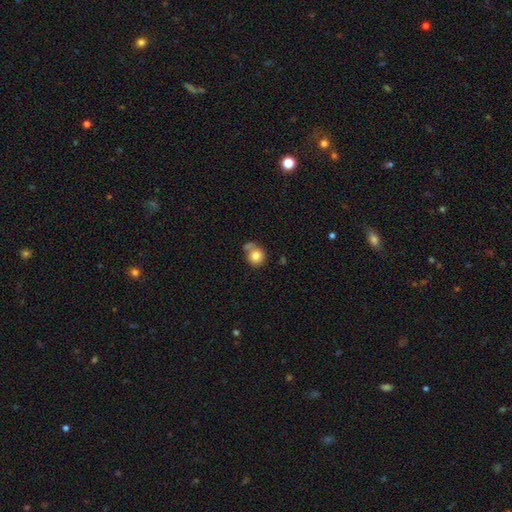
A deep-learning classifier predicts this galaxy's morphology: A smooth galaxy with no disk features (80%) that is round (84%). Merging: none (53%).